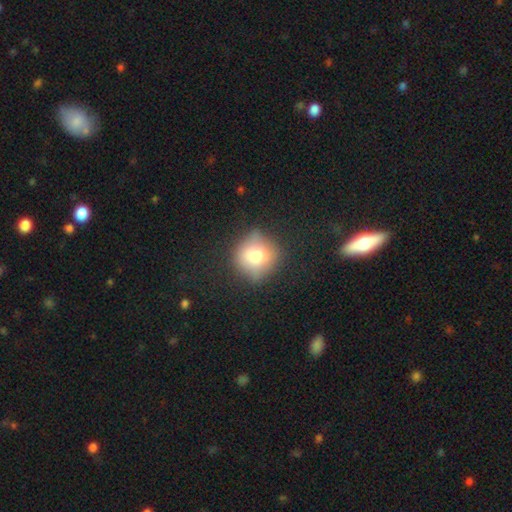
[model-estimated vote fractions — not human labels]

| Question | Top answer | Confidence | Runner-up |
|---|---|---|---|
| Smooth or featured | smooth | 72% | featured or disk (17%) |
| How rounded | round | 87% | in between (11%) |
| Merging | none | 73% | minor disturbance (19%) |